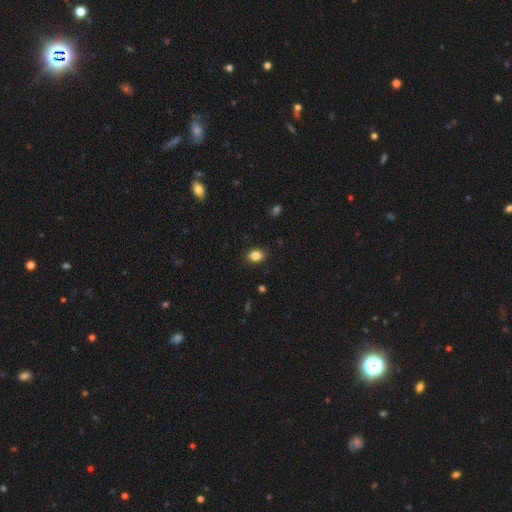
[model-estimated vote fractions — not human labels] The model was most divided on "how rounded": in between: 57%, round: 42%, cigar-shaped: 1%. More confident: merging — none (89%); smooth or featured — smooth (85%).